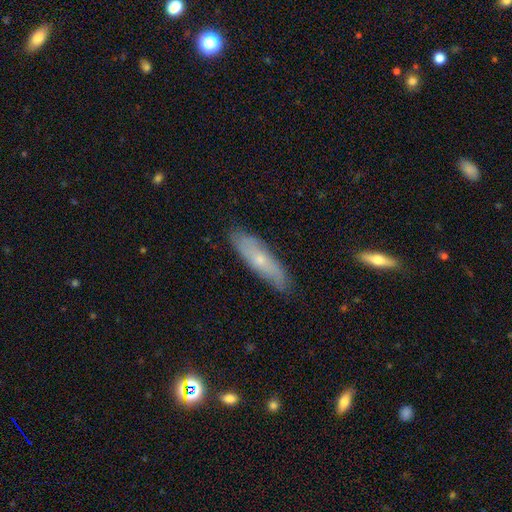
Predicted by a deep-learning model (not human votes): smooth_or_featured: featured or disk (p=0.45) [alt: smooth p=0.44]
merging: none (p=0.84) [alt: minor disturbance p=0.13]